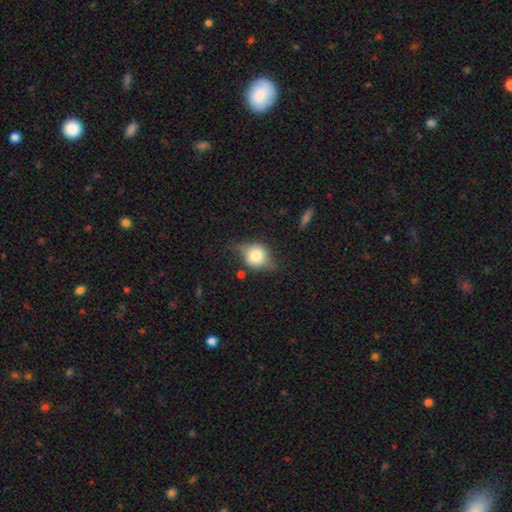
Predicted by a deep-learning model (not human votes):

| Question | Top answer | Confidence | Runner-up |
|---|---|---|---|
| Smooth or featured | smooth | 53% | featured or disk (37%) |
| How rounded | round | 65% | in between (33%) |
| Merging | none | 57% | minor disturbance (28%) |